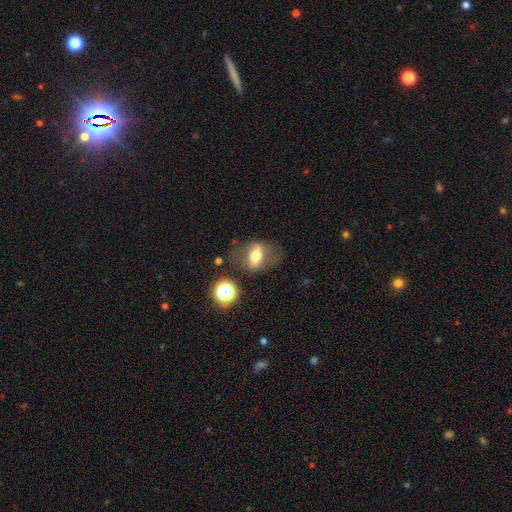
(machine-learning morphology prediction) This is possibly a smooth galaxy (45%). Merging: likely none (67%).